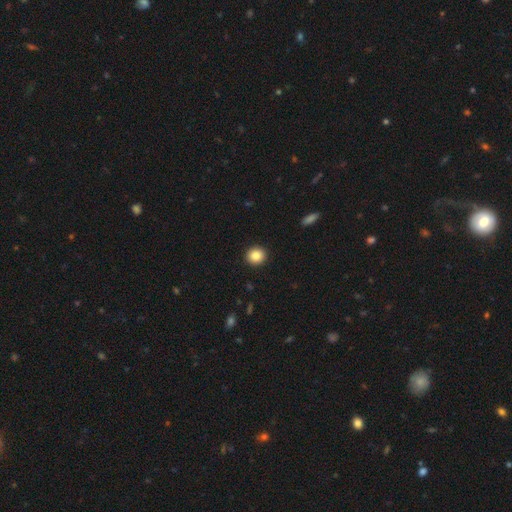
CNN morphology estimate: smooth_or_featured: smooth (p=0.86) [alt: star or artifact p=0.09]
how_rounded: round (p=0.89) [alt: in between p=0.10]
merging: none (p=0.93) [alt: minor disturbance p=0.05]